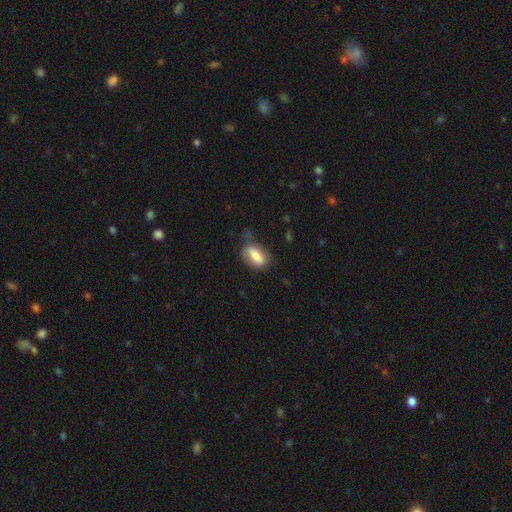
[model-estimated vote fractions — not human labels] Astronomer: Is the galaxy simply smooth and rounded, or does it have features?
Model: smooth — 79%.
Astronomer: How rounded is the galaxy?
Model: in between — 84%.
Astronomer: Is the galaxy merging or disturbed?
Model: none — 62%.